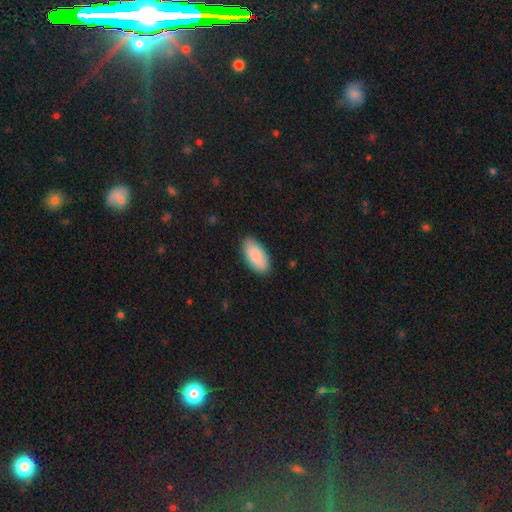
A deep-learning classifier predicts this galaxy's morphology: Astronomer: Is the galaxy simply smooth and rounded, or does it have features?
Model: smooth — 90%.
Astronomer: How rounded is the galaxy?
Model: in between — 94%.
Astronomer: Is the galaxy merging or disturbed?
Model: none — 87%.